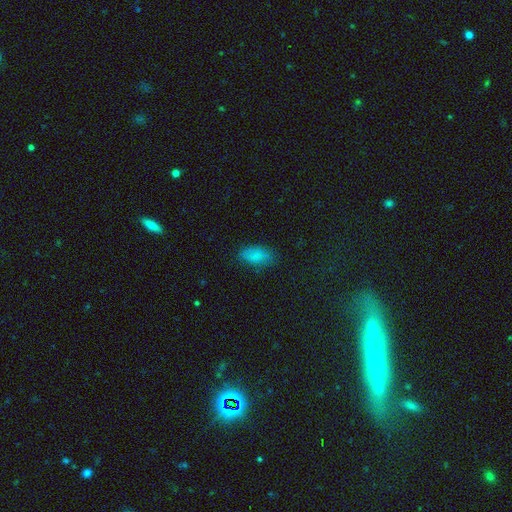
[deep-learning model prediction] Smooth or featured?
  - smooth: 82% *
  - star or artifact: 10%
  - featured or disk: 8%
How rounded?
  - in between: 91% *
  - cigar-shaped: 5%
  - round: 4%
Merging?
  - none: 76% *
  - minor disturbance: 18%
  - major disturbance: 5%
  - merger: 1%